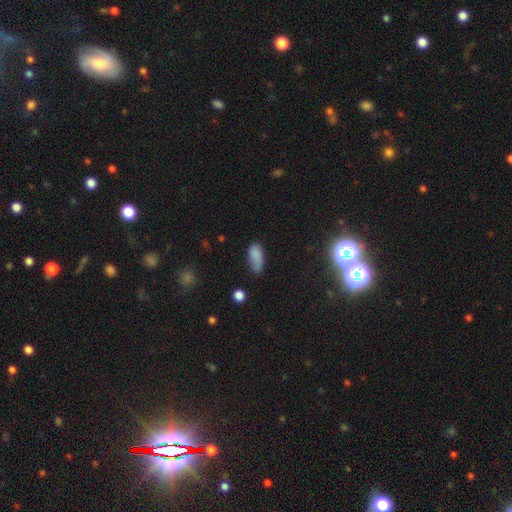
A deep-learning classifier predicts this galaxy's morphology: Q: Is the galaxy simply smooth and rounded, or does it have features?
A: smooth — 81%.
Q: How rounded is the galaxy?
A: in between — 83%.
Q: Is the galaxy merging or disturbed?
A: none — 47%.